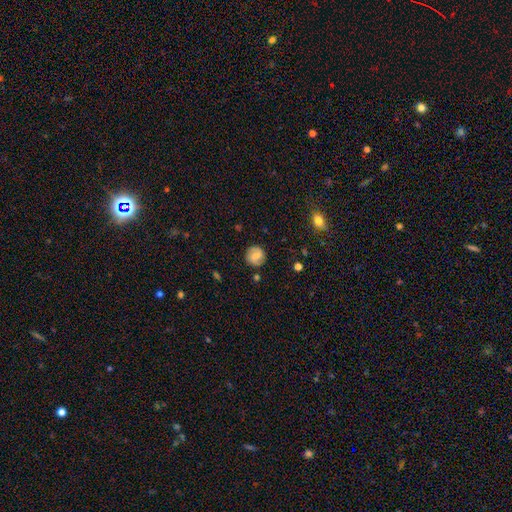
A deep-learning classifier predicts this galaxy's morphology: A smooth galaxy with no disk features (49%).

Vote fractions:
- Smooth or featured? smooth: 49% / featured or disk: 42% / star or artifact: 9%
- Merging? none: 83% / minor disturbance: 11% / major disturbance: 3% / merger: 2%